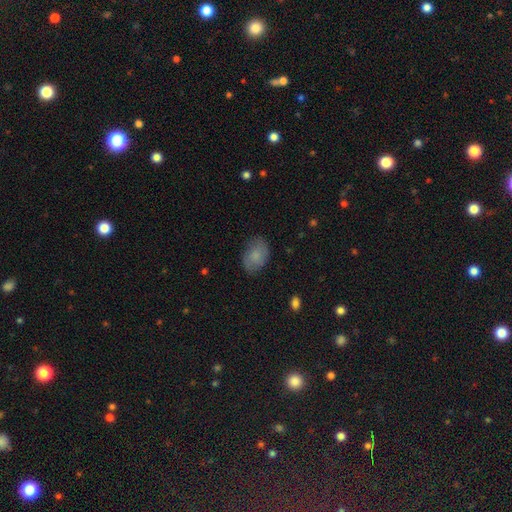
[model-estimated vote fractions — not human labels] Overall: smooth (80%). How rounded: in between (84%). Merging: none (78%).